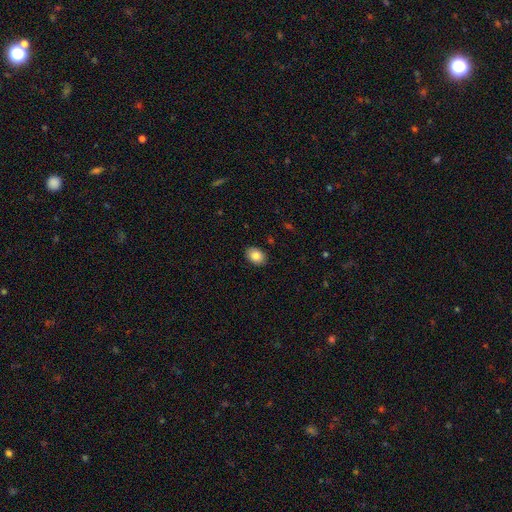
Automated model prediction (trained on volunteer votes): Smooth or featured?
  - smooth: 85% *
  - star or artifact: 8%
  - featured or disk: 7%
How rounded?
  - in between: 75% *
  - round: 24%
  - cigar-shaped: 1%
Merging?
  - none: 90% *
  - minor disturbance: 8%
  - major disturbance: 2%
  - merger: 1%